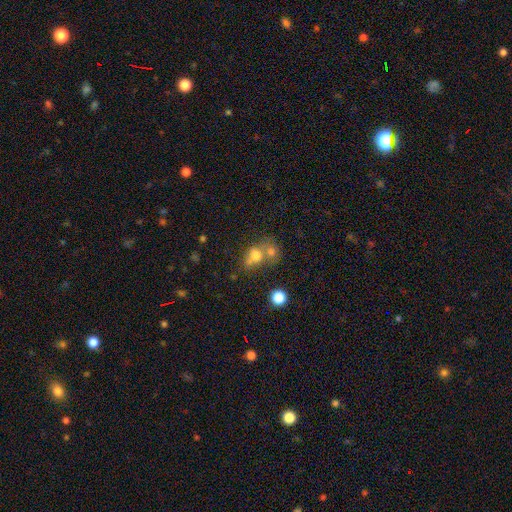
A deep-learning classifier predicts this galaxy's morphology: Smooth or featured? Predicted: smooth (p=0.69). How rounded? Predicted: round (p=0.64). Merging? Predicted: merger (p=0.53).